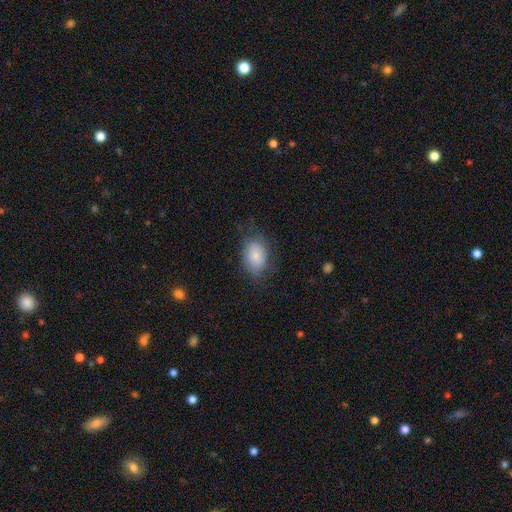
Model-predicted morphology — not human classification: Smooth or featured: smooth — 80% (featured or disk — 13%)
How rounded: in between — 80% (round — 18%)
Merging: none — 67% (minor disturbance — 22%)